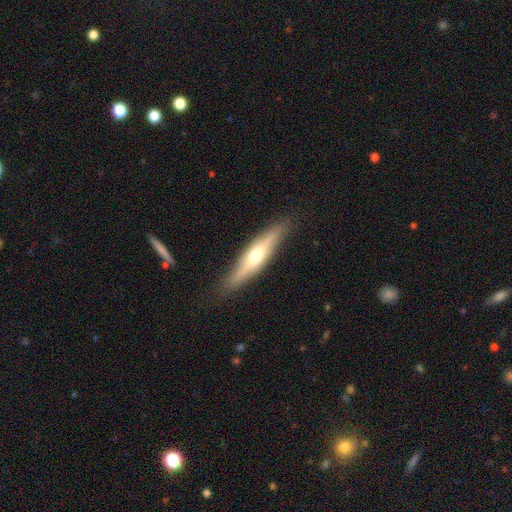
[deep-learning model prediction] Morphology: type=featured or disk (57%); edge-on=yes (91%); edge-on bulge=rounded (87%); merging=none (86%).